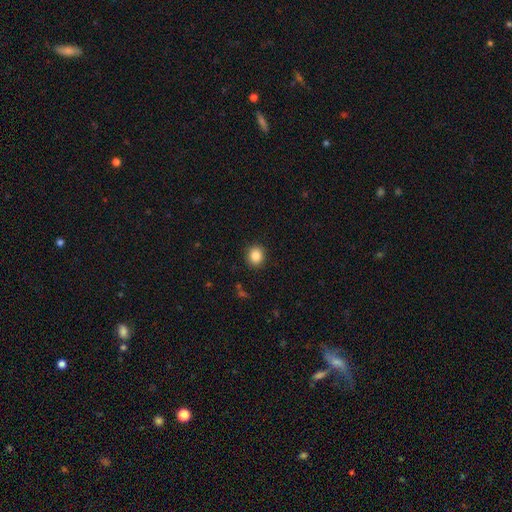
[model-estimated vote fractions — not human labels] smooth 86%, star or artifact 9%, featured or disk 4%. Down the decision tree: how rounded — round (78%); merging — none (90%).